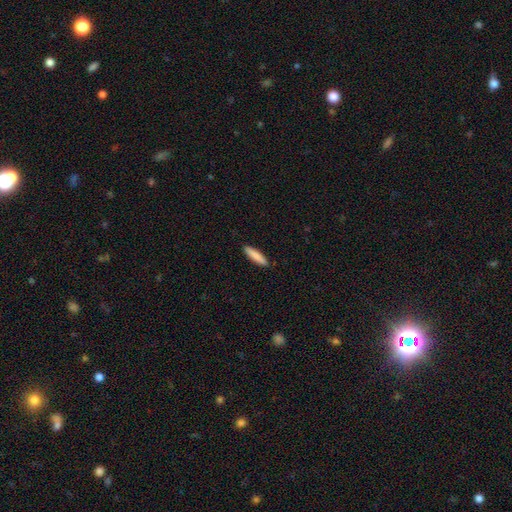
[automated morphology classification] Smooth or featured? Predicted: smooth (p=0.85). How rounded? Predicted: cigar-shaped (p=0.82). Merging? Predicted: none (p=0.91).